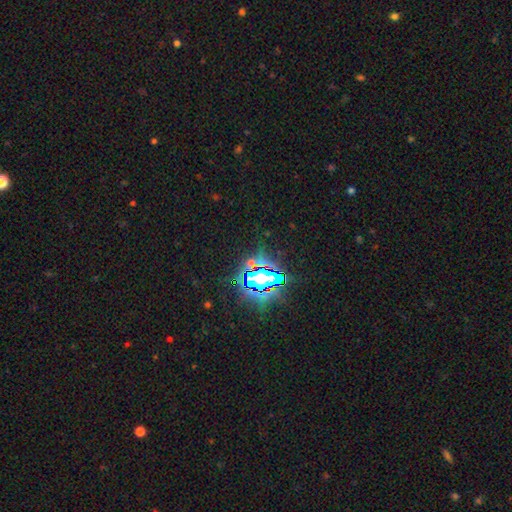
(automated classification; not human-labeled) This appears to be a star or artifact, not a galaxy (86%).